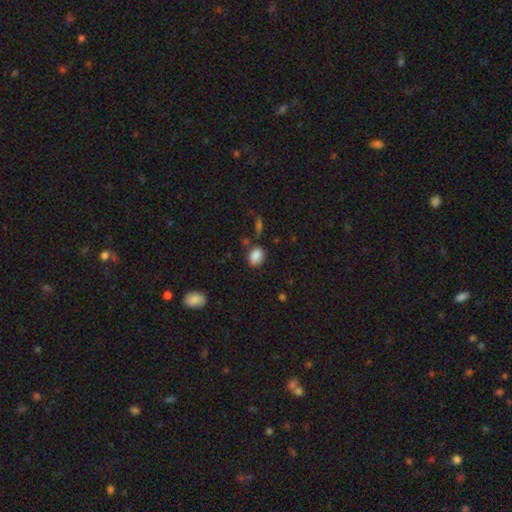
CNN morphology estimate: The model was most divided on "how rounded": in between: 68%, round: 31%, cigar-shaped: 1%. More confident: smooth or featured — smooth (85%); merging — none (70%).